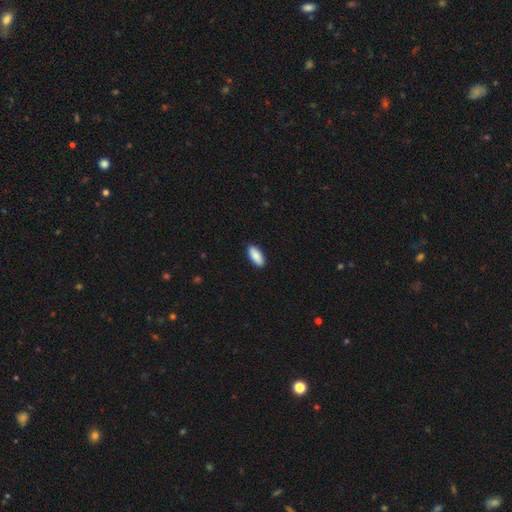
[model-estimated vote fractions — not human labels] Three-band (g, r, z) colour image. It shows a smooth galaxy with no disk features (89%) that is in between round and cigar-shaped (83%). Merging: none (90%).